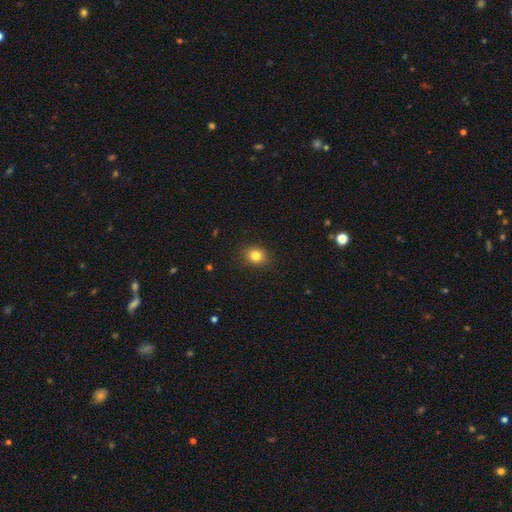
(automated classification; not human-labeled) This appears to be a smooth galaxy with no disk features (82%) that is round (59%). Merging: none (89%).